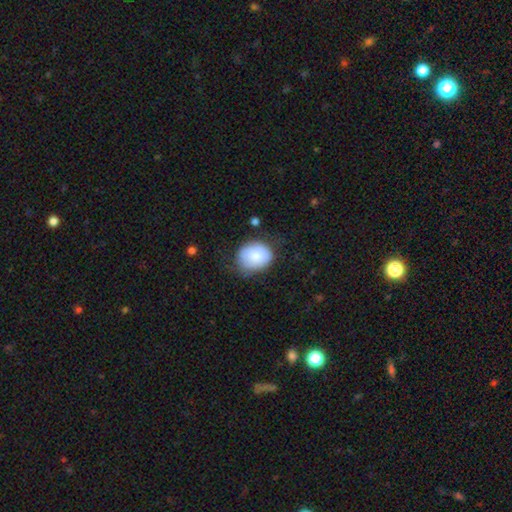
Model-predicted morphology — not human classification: A smooth galaxy with no disk features (75%) that is round (54%).

Vote fractions:
- Smooth or featured? smooth: 75% / featured or disk: 18% / star or artifact: 7%
- How rounded? round: 54% / in between: 45% / cigar-shaped: 1%
- Merging? none: 59% / minor disturbance: 30% / major disturbance: 9% / merger: 2%